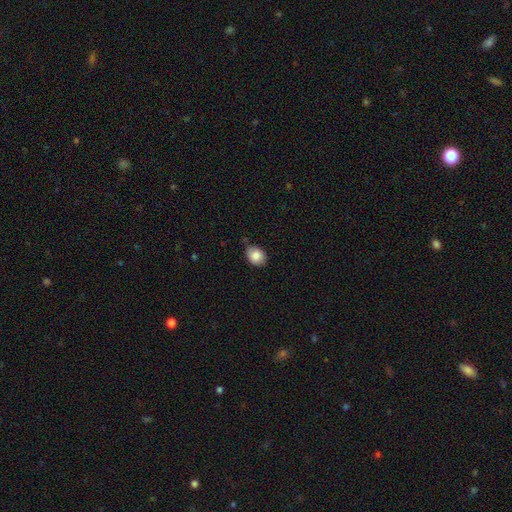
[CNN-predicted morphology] This is clearly a smooth galaxy (87%). How rounded: possibly in between (54%). Merging: likely none (73%).